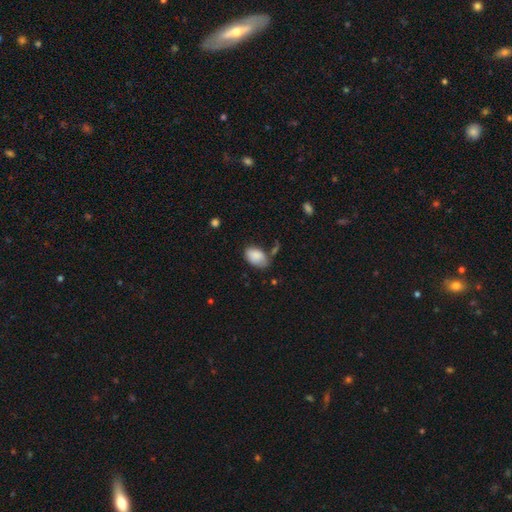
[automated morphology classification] smooth-or-featured: smooth: 86% | featured or disk: 7% | star or artifact: 7%
  how-rounded: in between: 92% | round: 7% | cigar-shaped: 1%
  merging: none: 51% | minor disturbance: 31% | major disturbance: 9% | merger: 8%